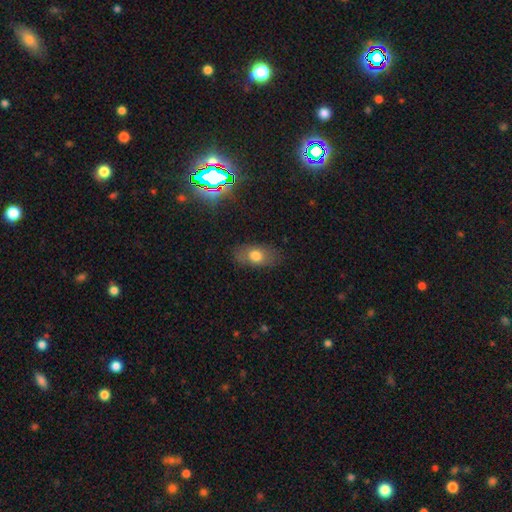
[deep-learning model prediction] Smooth or featured: smooth — 72% (featured or disk — 18%)
How rounded: in between — 84% (round — 12%)
Merging: none — 80% (minor disturbance — 15%)